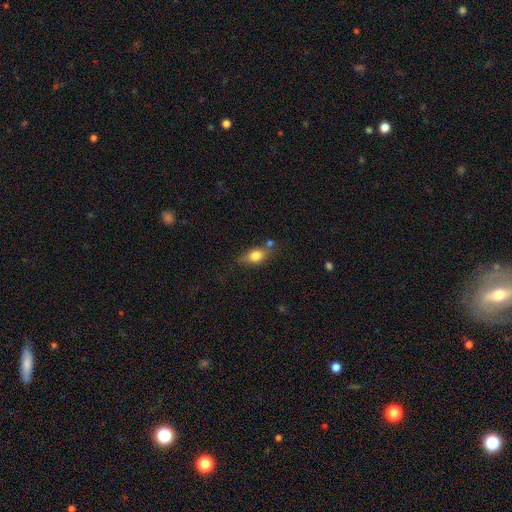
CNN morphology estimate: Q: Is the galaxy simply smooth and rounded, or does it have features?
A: smooth — 74%.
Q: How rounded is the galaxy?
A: in between — 74%.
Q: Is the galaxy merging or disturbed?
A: none — 57%.